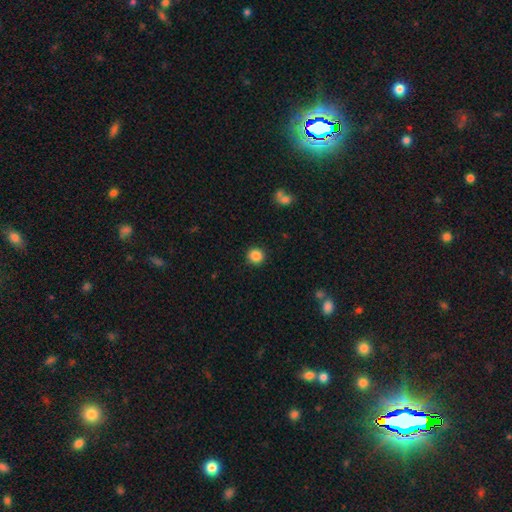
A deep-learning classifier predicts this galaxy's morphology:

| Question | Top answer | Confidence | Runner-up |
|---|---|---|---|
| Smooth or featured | smooth | 87% | star or artifact (10%) |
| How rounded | round | 93% | in between (6%) |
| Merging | none | 92% | minor disturbance (5%) |